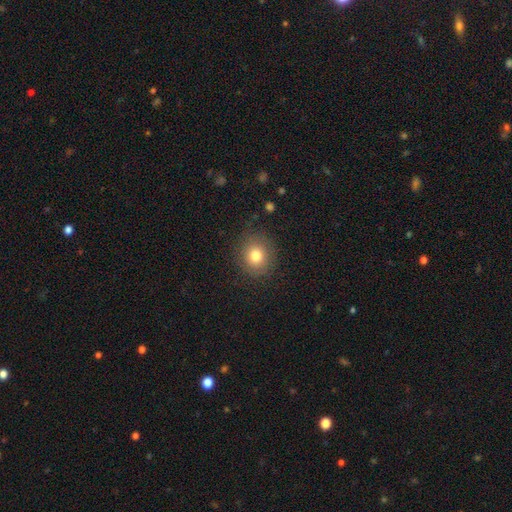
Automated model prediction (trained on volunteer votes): This is likely a smooth galaxy (78%). How rounded: clearly round (85%). Merging: clearly none (85%).